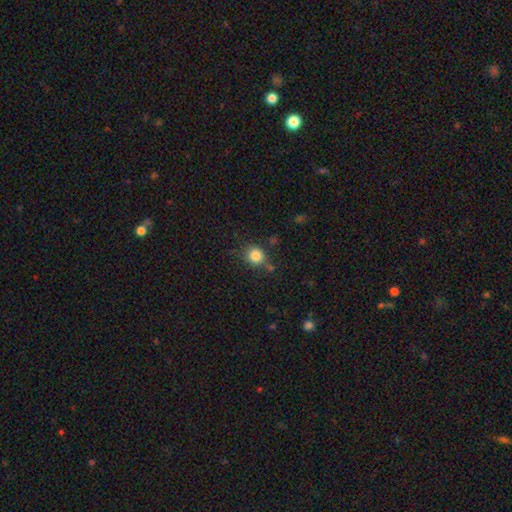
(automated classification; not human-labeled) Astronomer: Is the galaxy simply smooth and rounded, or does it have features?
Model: smooth — 83%.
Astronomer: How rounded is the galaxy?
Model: round — 87%.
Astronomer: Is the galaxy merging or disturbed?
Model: none — 73%.